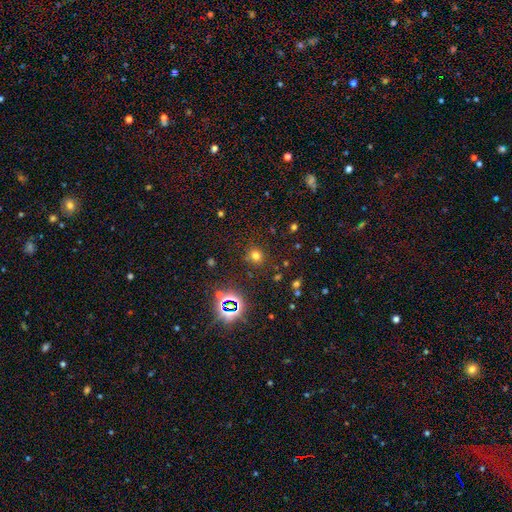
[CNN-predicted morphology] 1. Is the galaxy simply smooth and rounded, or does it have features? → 66% smooth, 27% star or artifact, 7% featured or disk.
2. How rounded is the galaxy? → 88% round, 11% in between, 1% cigar-shaped.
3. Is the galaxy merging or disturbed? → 85% none, 8% minor disturbance, 4% major disturbance, 3% merger.